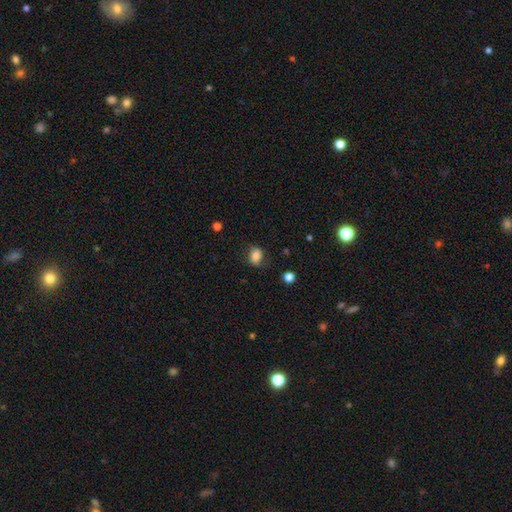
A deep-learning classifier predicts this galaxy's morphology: smooth 81%, star or artifact 10%, featured or disk 10%. Down the decision tree: how rounded — in between (67%); merging — none (73%).